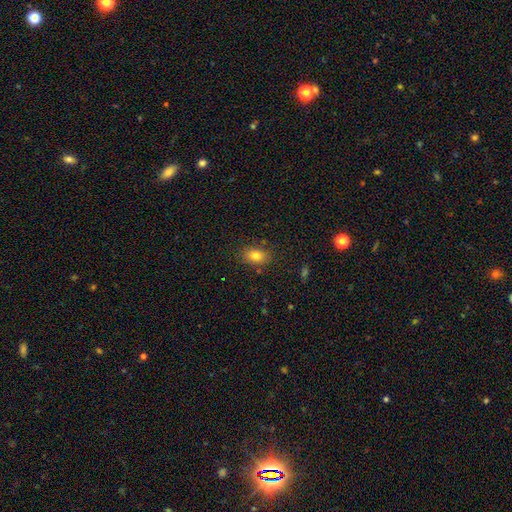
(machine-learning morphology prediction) smooth-or-featured: smooth: 81% | star or artifact: 11% | featured or disk: 8%
  how-rounded: in between: 78% | round: 21% | cigar-shaped: 2%
  merging: none: 83% | minor disturbance: 12% | major disturbance: 3% | merger: 2%